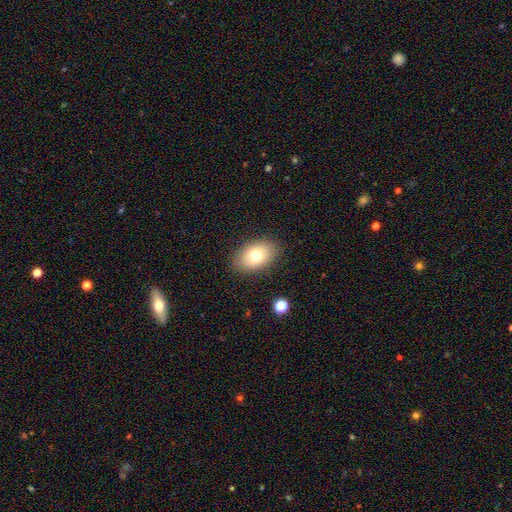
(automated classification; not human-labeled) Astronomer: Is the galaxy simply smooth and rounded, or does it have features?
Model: smooth — 74%.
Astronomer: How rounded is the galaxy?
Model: in between — 88%.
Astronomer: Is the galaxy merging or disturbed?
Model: none — 87%.